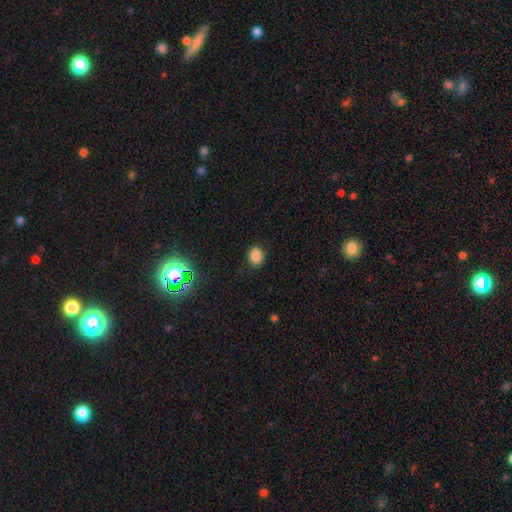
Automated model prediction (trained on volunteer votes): Q: Smooth or featured?
A: smooth (83%); runner-up: star or artifact (12%)
Q: How rounded?
A: in between (57%); runner-up: round (42%)
Q: Merging?
A: none (86%); runner-up: minor disturbance (10%)